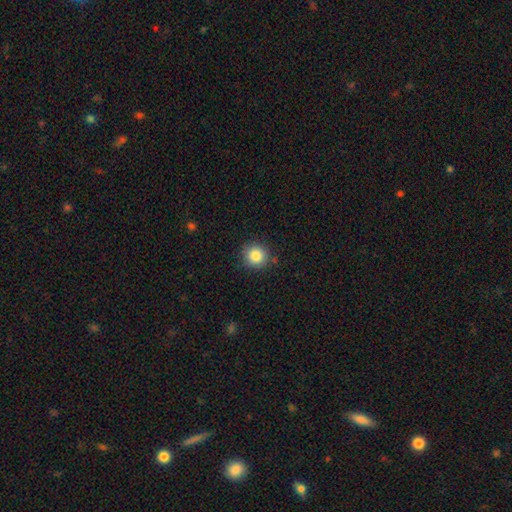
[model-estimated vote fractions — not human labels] smooth-or-featured: smooth: 85% | star or artifact: 10% | featured or disk: 6%
  how-rounded: round: 93% | in between: 6% | cigar-shaped: 1%
  merging: none: 87% | minor disturbance: 9% | major disturbance: 2% | merger: 2%